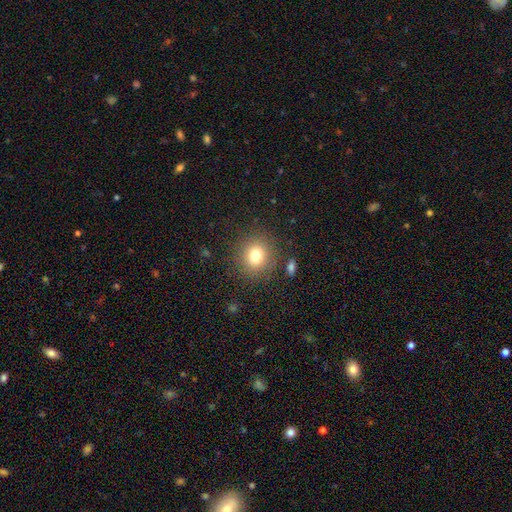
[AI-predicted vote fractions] smooth_or_featured: smooth (p=0.78) [alt: star or artifact p=0.13]
how_rounded: round (p=0.82) [alt: in between p=0.17]
merging: none (p=0.86) [alt: minor disturbance p=0.08]